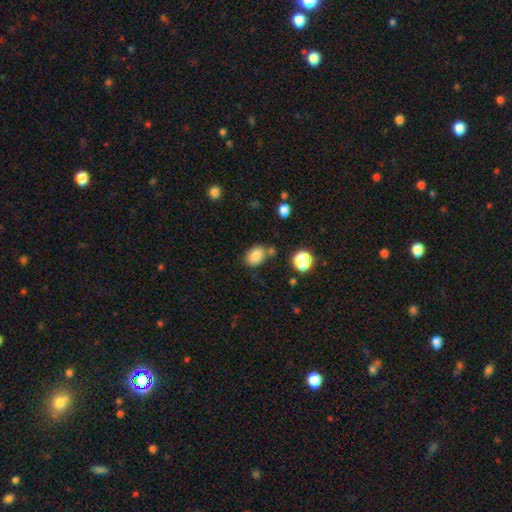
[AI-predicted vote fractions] This is clearly a smooth galaxy (83%). How rounded: likely in between (69%). Merging: likely none (72%).